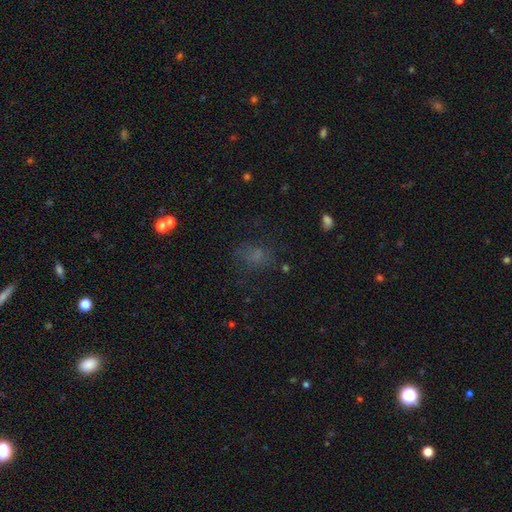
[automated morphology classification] This appears to be a smooth galaxy with no disk features (56%) that is in between round and cigar-shaped (54%). Merging: none (62%).